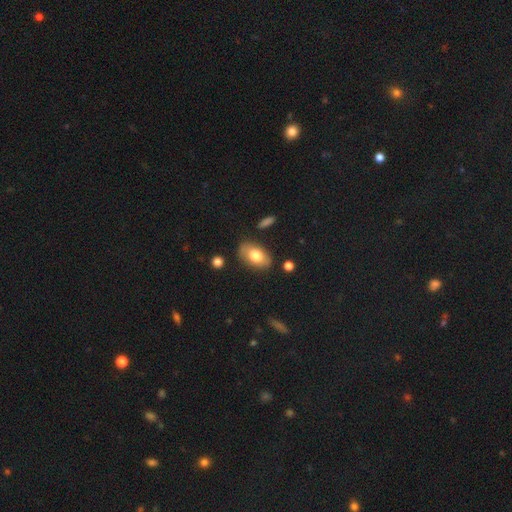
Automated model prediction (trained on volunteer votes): Q: Smooth or featured?
A: smooth (73%); runner-up: featured or disk (21%)
Q: How rounded?
A: in between (91%); runner-up: round (7%)
Q: Merging?
A: none (79%); runner-up: minor disturbance (15%)